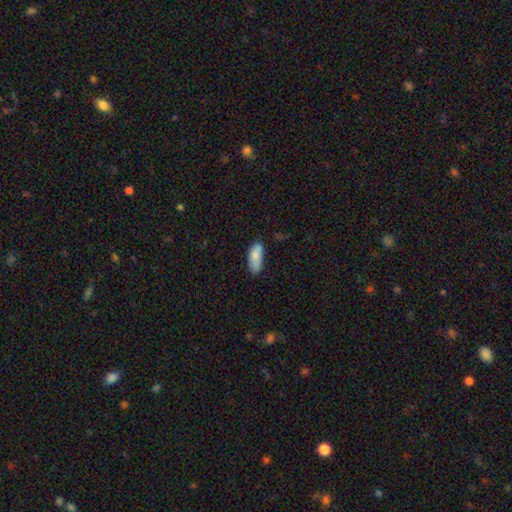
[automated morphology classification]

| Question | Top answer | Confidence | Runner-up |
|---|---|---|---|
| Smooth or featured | smooth | 84% | featured or disk (9%) |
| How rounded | in between | 85% | cigar-shaped (13%) |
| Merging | none | 67% | minor disturbance (25%) |